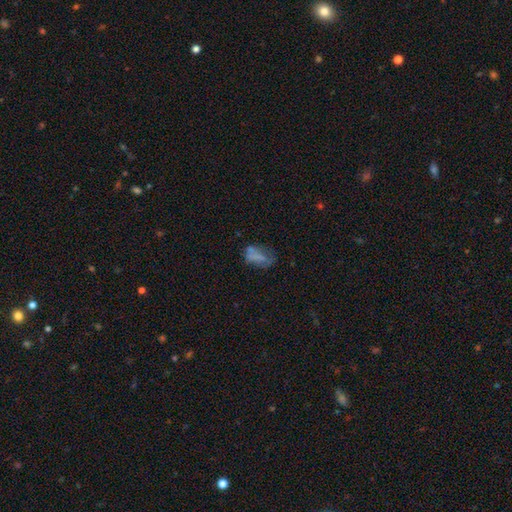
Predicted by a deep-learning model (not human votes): This is possibly a smooth galaxy (57%). How rounded: clearly in between (85%). Merging: marginally none (39%).